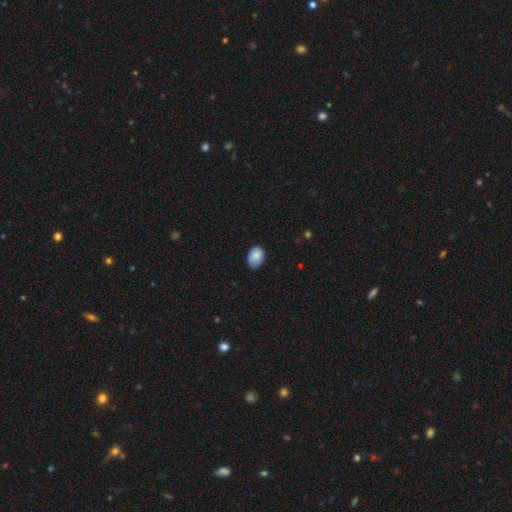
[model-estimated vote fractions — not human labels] smooth-or-featured: smooth: 84% | featured or disk: 9% | star or artifact: 7%
  how-rounded: in between: 79% | round: 20% | cigar-shaped: 1%
  merging: none: 64% | minor disturbance: 30% | major disturbance: 5% | merger: 1%